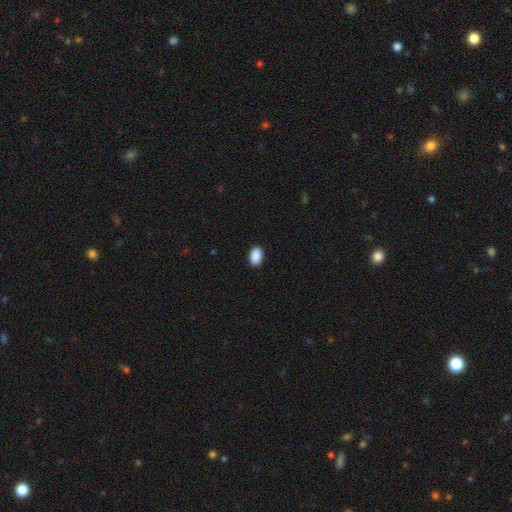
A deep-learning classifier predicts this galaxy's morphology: The model was most divided on "merging": none: 90%, minor disturbance: 8%, major disturbance: 2%, merger: 1%. More confident: how rounded — in between (91%); smooth or featured — smooth (91%).